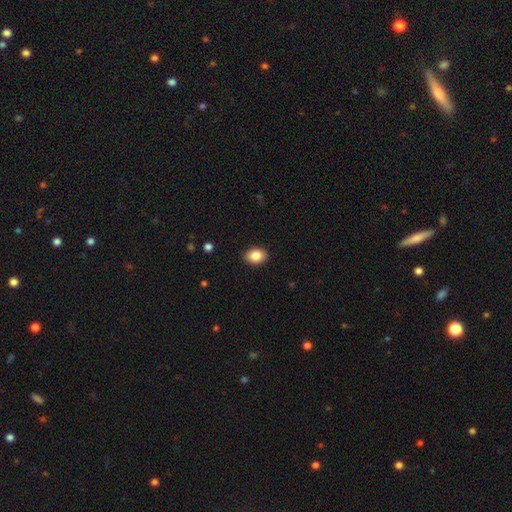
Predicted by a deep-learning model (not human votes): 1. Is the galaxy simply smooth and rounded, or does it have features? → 85% smooth, 8% star or artifact, 7% featured or disk.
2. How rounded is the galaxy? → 73% in between, 26% round, 1% cigar-shaped.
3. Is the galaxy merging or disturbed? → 89% none, 8% minor disturbance, 2% major disturbance, 1% merger.